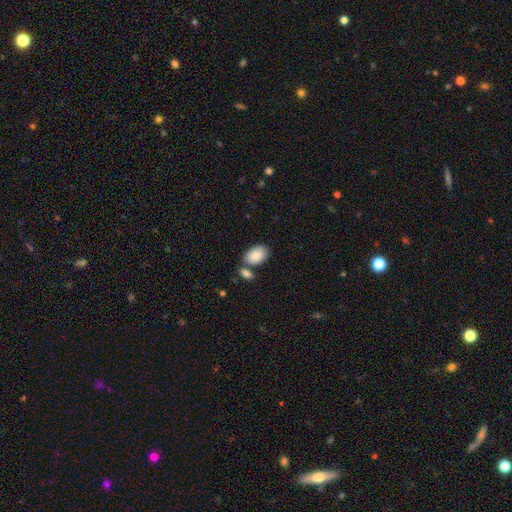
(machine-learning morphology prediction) A smooth galaxy with no disk features (87%) that is in between round and cigar-shaped (91%).

Vote fractions:
- Smooth or featured? smooth: 87% / featured or disk: 7% / star or artifact: 6%
- How rounded? in between: 91% / round: 7% / cigar-shaped: 1%
- Merging? none: 63% / merger: 21% / minor disturbance: 12% / major disturbance: 3%